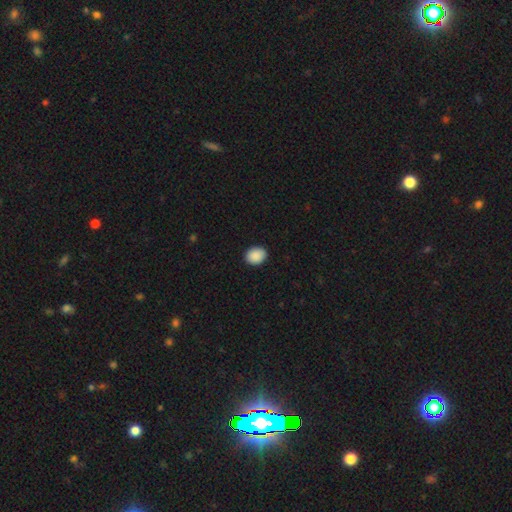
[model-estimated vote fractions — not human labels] Smooth or featured? Predicted: smooth (p=0.90). How rounded? Predicted: in between (p=0.57). Merging? Predicted: none (p=0.90).